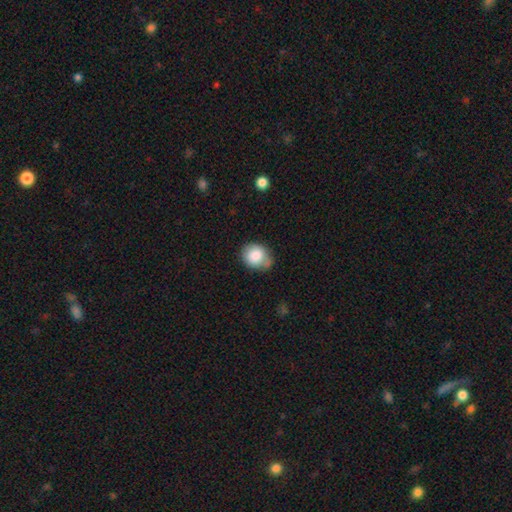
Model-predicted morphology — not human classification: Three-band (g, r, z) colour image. It shows a smooth galaxy with no disk features (83%) that is round (61%). Merging: none (58%).